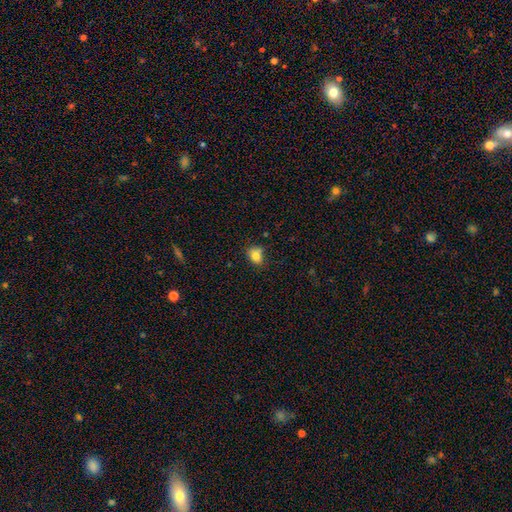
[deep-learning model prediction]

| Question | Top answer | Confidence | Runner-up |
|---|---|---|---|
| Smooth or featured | smooth | 81% | star or artifact (11%) |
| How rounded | in between | 57% | round (42%) |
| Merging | none | 64% | minor disturbance (22%) |